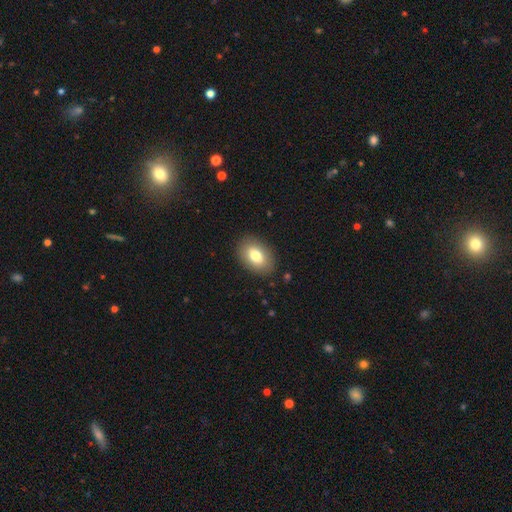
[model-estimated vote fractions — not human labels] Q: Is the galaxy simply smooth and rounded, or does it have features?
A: smooth — 79%.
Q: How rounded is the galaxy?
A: in between — 87%.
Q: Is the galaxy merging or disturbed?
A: none — 87%.